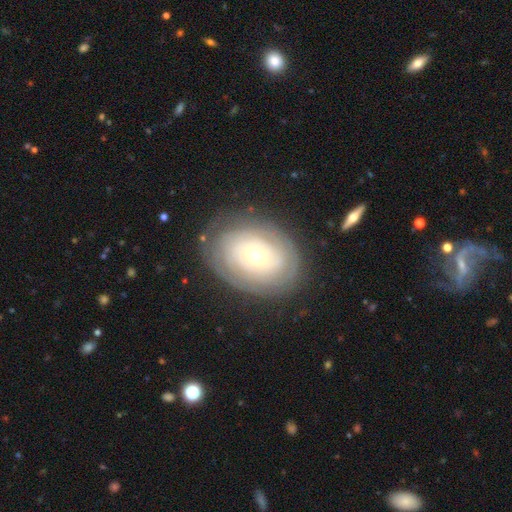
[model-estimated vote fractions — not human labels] Smooth or featured: featured or disk — 66% (smooth — 27%)
Edge-on disk: no — 95% (yes — 5%)
Bar: no — 81% (weak — 14%)
Spiral arms: yes — 72% (no — 28%)
Bulge size: small — 51% (moderate — 43%)
Merging: none — 79% (minor disturbance — 14%)